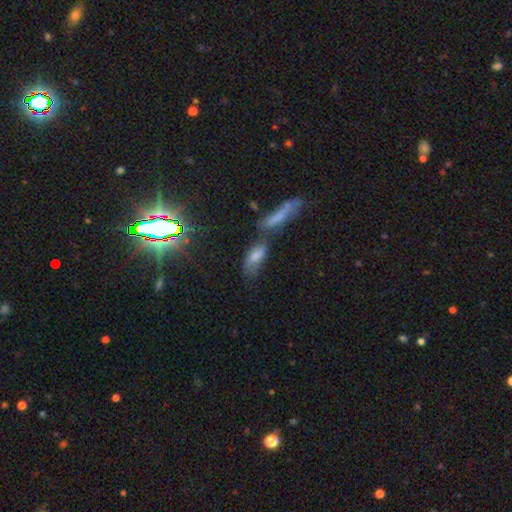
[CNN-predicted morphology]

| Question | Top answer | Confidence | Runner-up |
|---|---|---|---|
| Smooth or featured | smooth | 55% | star or artifact (25%) |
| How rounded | in between | 66% | cigar-shaped (29%) |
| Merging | none | 39% | merger (36%) |